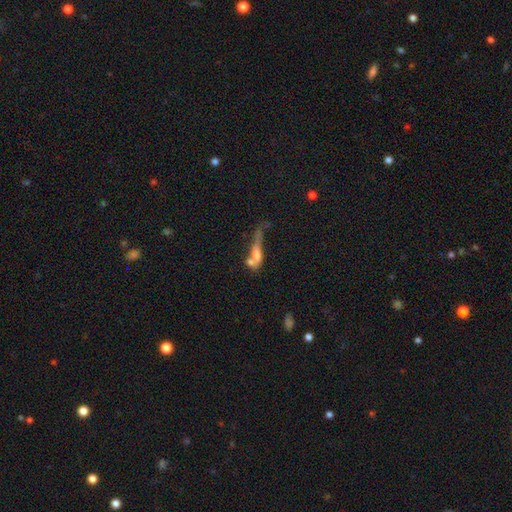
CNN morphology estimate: Smooth or featured?
  - smooth: 53% *
  - featured or disk: 35%
  - star or artifact: 12%
How rounded?
  - cigar-shaped: 46% * (tied)
  - in between: 46% * (tied)
  - round: 8%
Merging?
  - merger: 43% *
  - major disturbance: 27%
  - none: 18%
  - minor disturbance: 13%